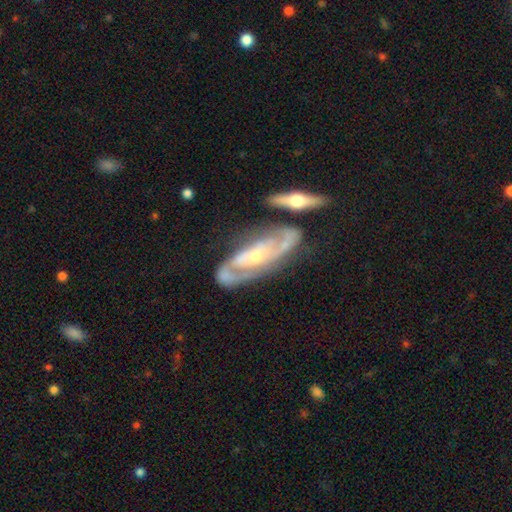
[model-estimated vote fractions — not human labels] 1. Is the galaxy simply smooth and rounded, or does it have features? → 85% featured or disk, 9% smooth, 6% star or artifact.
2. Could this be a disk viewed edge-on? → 89% no, 11% yes.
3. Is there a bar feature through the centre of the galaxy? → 56% no, 28% weak, 16% strong.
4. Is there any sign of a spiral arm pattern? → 90% yes, 10% no.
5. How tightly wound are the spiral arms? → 44% tight, 42% medium, 14% loose.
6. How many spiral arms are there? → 69% 2, 17% can't tell, 6% 3, 4% 1, 2% 4, 2% more than 4.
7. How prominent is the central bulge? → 53% small, 42% moderate, 2% large, 1% none, 1% dominant.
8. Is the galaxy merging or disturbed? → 48% none, 20% merger, 20% minor disturbance, 12% major disturbance.